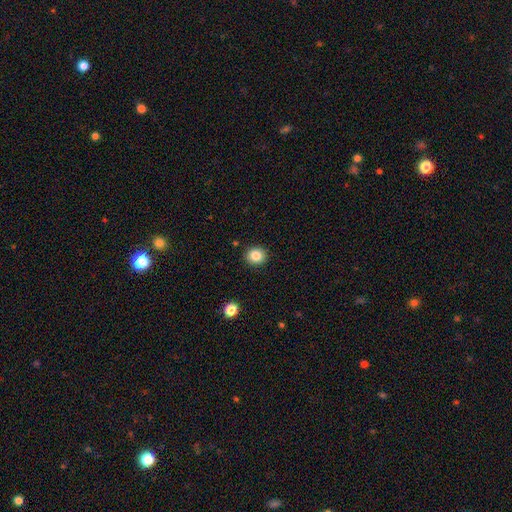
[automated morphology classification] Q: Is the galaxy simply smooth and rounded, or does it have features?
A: smooth — 85%.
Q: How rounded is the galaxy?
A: round — 80%.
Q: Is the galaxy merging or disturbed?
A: none — 90%.